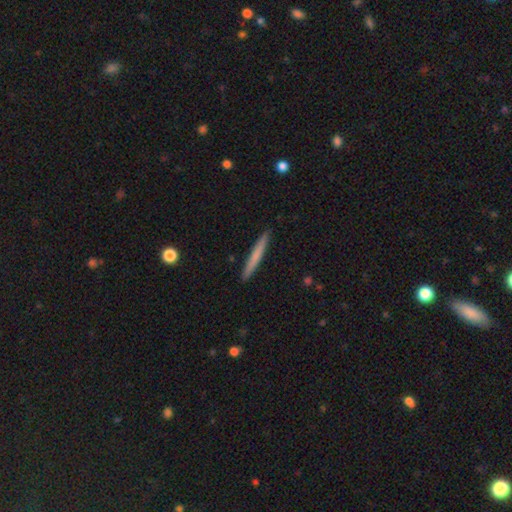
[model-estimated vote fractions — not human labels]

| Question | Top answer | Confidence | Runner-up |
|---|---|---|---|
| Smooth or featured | smooth | 67% | featured or disk (28%) |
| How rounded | cigar-shaped | 97% | in between (2%) |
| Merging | none | 92% | minor disturbance (6%) |